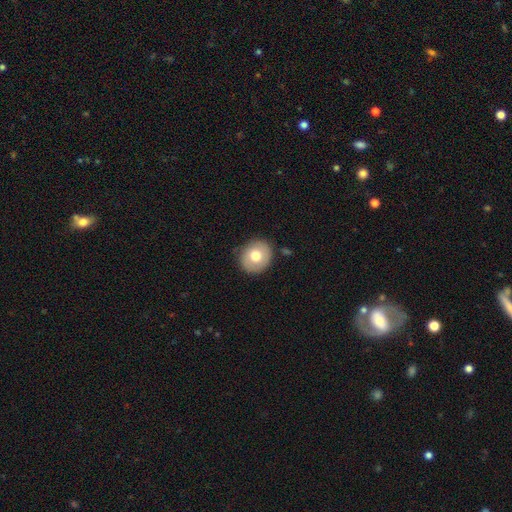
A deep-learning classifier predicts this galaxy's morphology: Smooth or featured?
  - smooth: 70% *
  - featured or disk: 22%
  - star or artifact: 8%
How rounded?
  - round: 80% *
  - in between: 19%
  - cigar-shaped: 1%
Merging?
  - none: 83% *
  - minor disturbance: 12%
  - major disturbance: 3%
  - merger: 2%